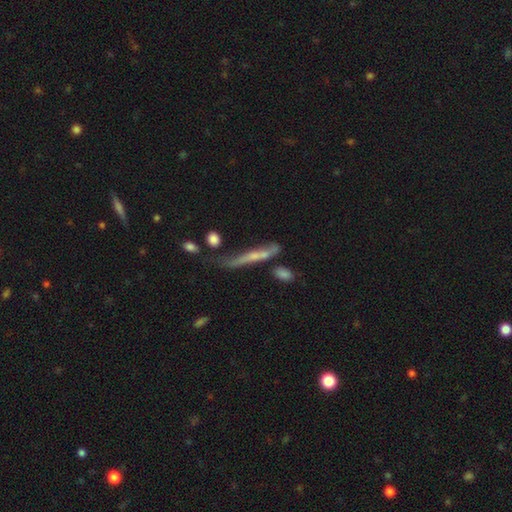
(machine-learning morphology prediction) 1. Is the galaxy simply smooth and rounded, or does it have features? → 52% featured or disk, 38% smooth, 10% star or artifact.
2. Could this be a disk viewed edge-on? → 73% yes, 27% no.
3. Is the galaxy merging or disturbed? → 41% none, 23% minor disturbance, 19% major disturbance, 18% merger.